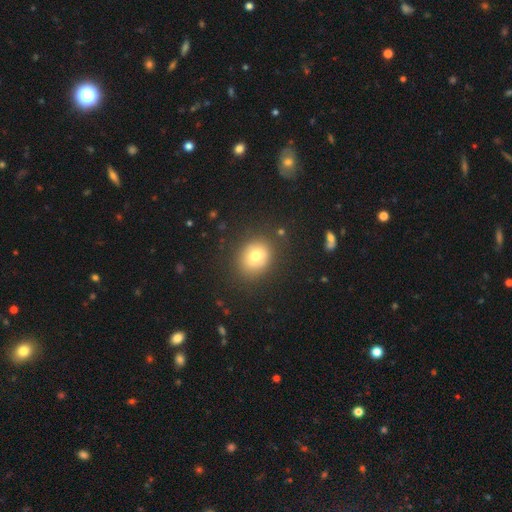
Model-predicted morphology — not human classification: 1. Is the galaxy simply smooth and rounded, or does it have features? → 67% smooth, 22% featured or disk, 11% star or artifact.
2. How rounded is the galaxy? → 62% round, 37% in between, 1% cigar-shaped.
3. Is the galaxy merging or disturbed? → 80% none, 13% minor disturbance, 5% major disturbance, 2% merger.